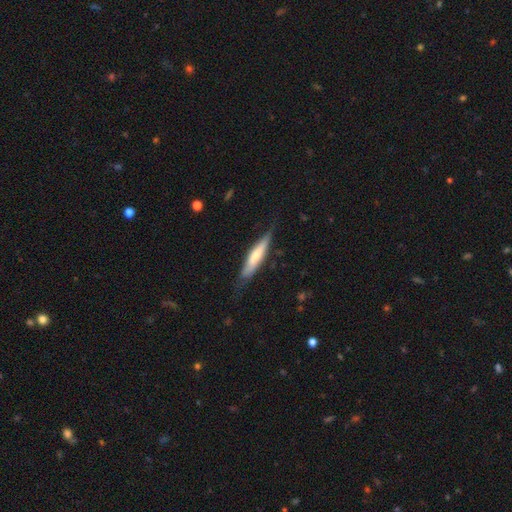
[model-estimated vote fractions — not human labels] Smooth or featured? smooth (57%)
How rounded? cigar-shaped (83%)
Merging? none (73%)